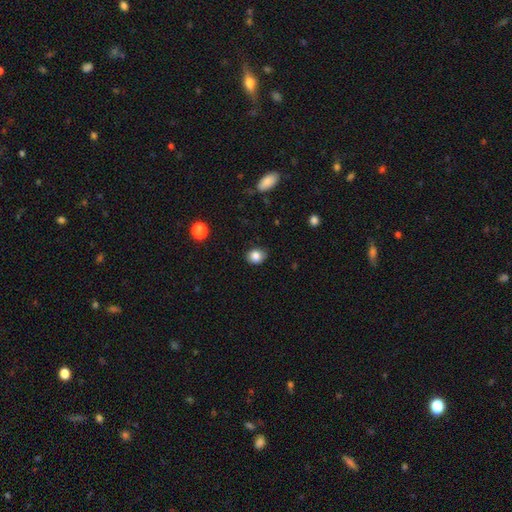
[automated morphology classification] Overall: smooth (84%). How rounded: round (52%; in between 47%). Merging: none (82%).